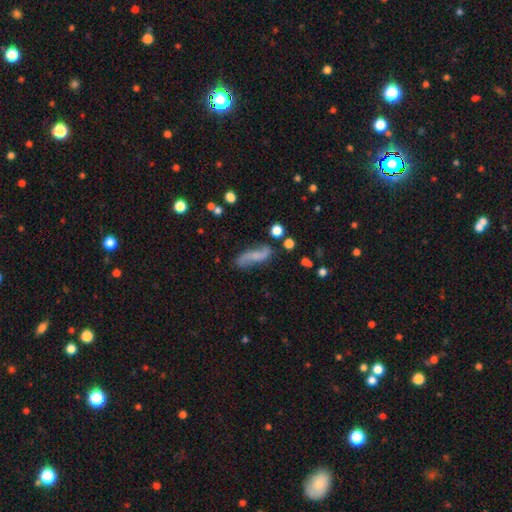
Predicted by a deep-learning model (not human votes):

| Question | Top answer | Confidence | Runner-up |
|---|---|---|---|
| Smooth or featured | featured or disk | 62% | smooth (30%) |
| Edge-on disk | no | 88% | yes (12%) |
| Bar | no | 54% | weak (32%) |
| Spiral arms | yes | 91% | no (9%) |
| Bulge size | none | 42% | small (38%) |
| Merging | none | 71% | minor disturbance (18%) |